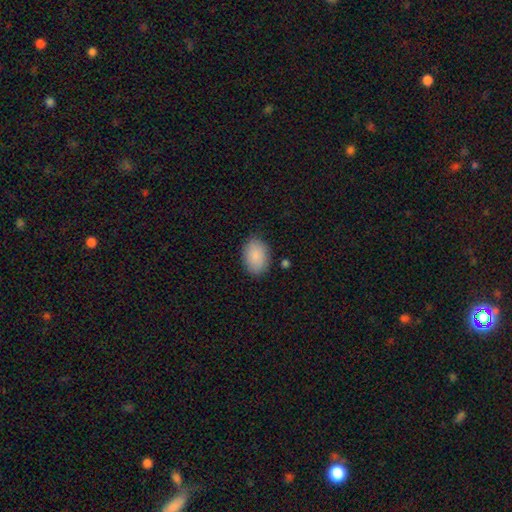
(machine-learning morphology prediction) This appears to be a smooth galaxy with no disk features (88%) that is in between round and cigar-shaped (84%). Merging: none (85%).